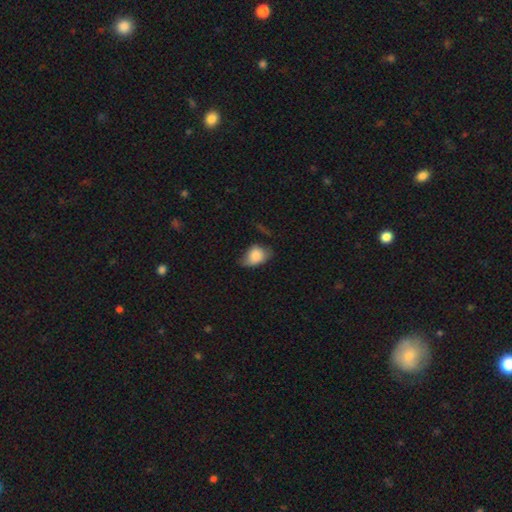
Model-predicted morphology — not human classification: Smooth or featured?
  - smooth: 80% *
  - featured or disk: 12%
  - star or artifact: 8%
How rounded?
  - in between: 78% *
  - round: 20%
  - cigar-shaped: 2%
Merging?
  - minor disturbance: 42% *
  - none: 41%
  - major disturbance: 14%
  - merger: 3%